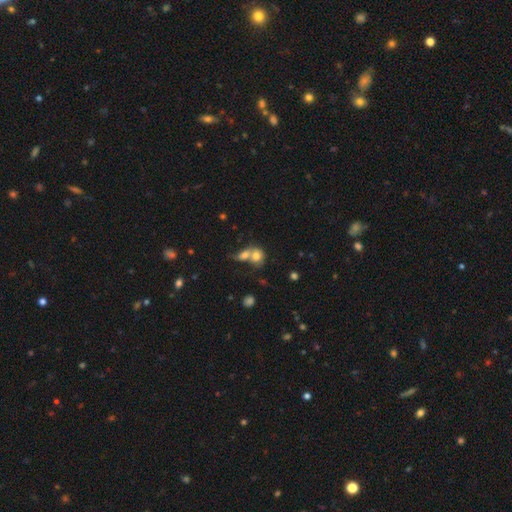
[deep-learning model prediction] Smooth or featured? smooth (71%)
How rounded? round (61%)
Merging? merger (67%)